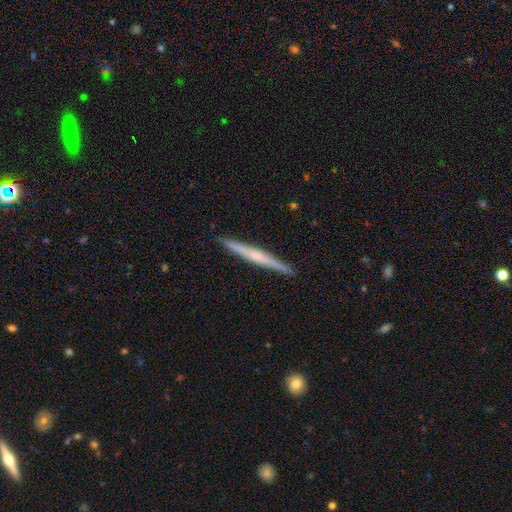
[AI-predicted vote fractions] Overall: featured or disk (62%; smooth 32%). Edge-on disk: yes (98%). Edge-on bulge: rounded (47%; none 43%). Merging: none (92%).